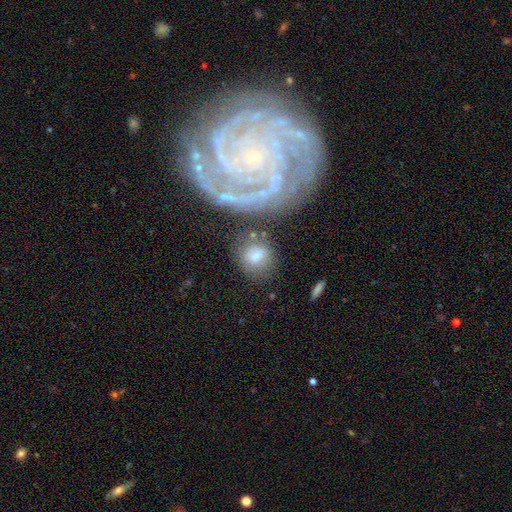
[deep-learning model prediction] Overall: smooth (72%). How rounded: round (66%; in between 32%). Merging: none (58%).